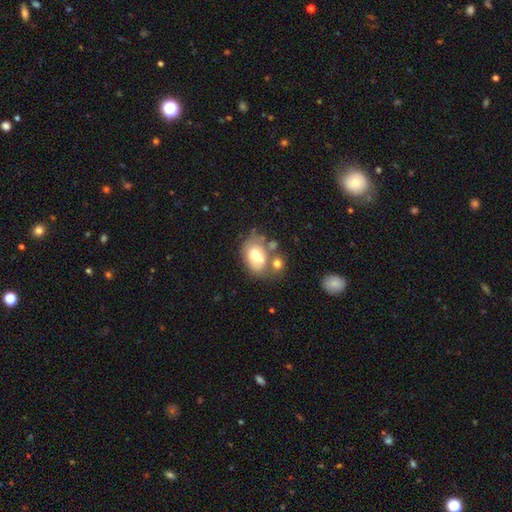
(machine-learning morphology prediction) Q: Smooth or featured?
A: smooth (60%); runner-up: featured or disk (31%)
Q: How rounded?
A: in between (77%); runner-up: round (21%)
Q: Merging?
A: none (41%); runner-up: merger (30%)